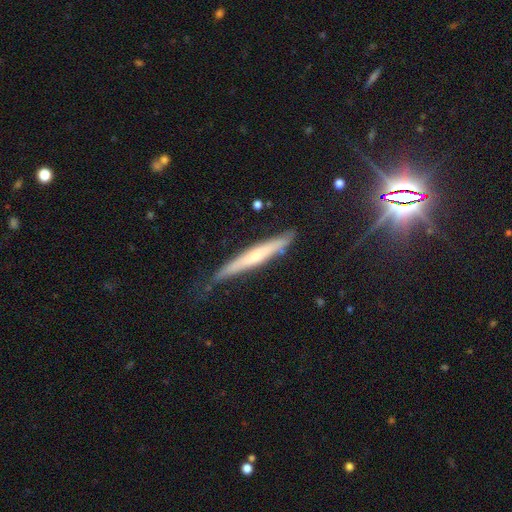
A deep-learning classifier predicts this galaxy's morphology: smooth_or_featured: featured or disk (p=0.50) [alt: smooth p=0.43]
disk_edge_on: yes (p=0.92) [alt: no p=0.08]
merging: none (p=0.72) [alt: minor disturbance p=0.22]